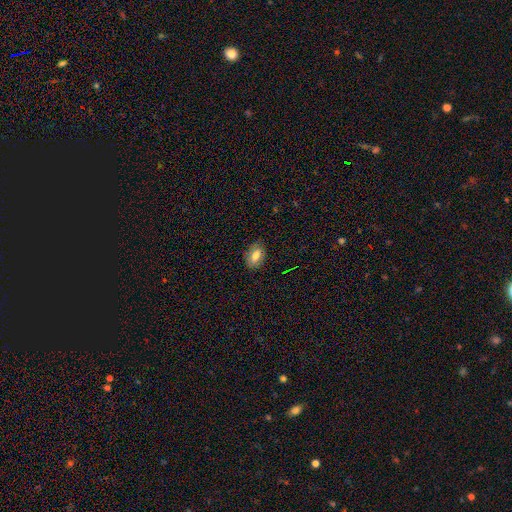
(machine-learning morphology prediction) This is likely a smooth galaxy (73%). How rounded: clearly in between (84%). Merging: clearly none (81%).